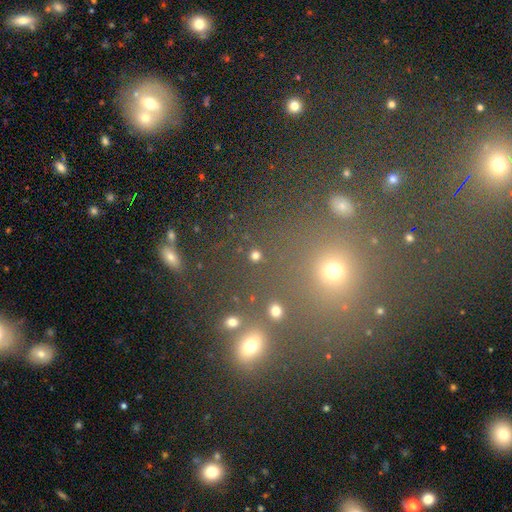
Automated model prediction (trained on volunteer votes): Smooth or featured?
  - smooth: 68% *
  - star or artifact: 26%
  - featured or disk: 7%
How rounded?
  - round: 90% *
  - in between: 9%
  - cigar-shaped: 2%
Merging?
  - none: 83% *
  - minor disturbance: 7%
  - merger: 6%
  - major disturbance: 4%